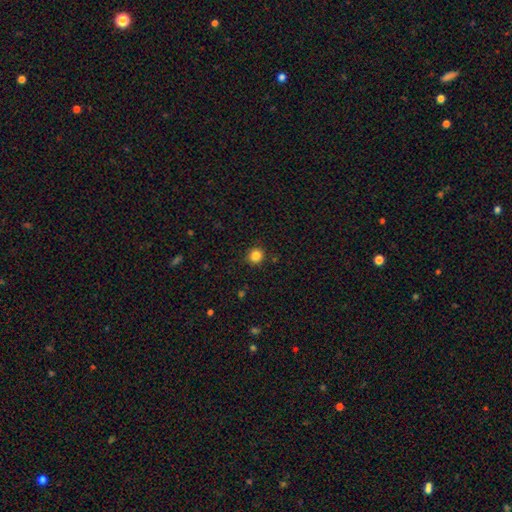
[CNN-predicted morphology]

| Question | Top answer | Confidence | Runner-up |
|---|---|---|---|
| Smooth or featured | smooth | 84% | star or artifact (12%) |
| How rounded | round | 92% | in between (7%) |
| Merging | none | 91% | minor disturbance (6%) |